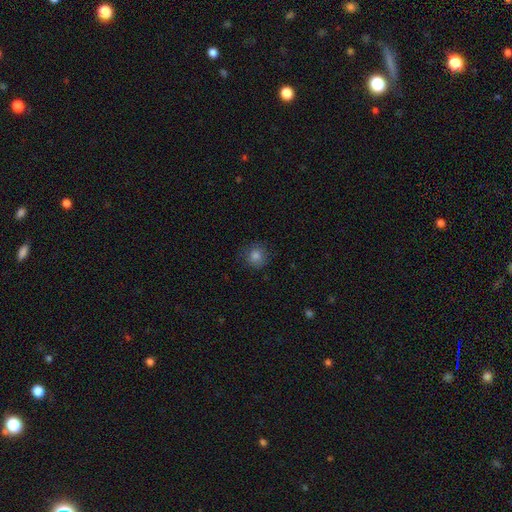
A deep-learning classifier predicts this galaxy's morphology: Smooth or featured? Predicted: smooth (p=0.82). How rounded? Predicted: round (p=0.90). Merging? Predicted: none (p=0.84).